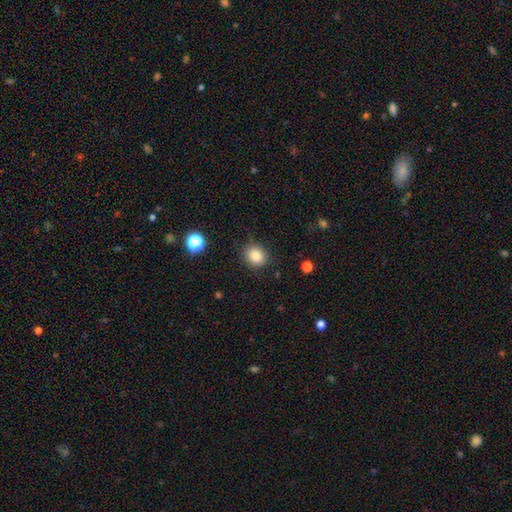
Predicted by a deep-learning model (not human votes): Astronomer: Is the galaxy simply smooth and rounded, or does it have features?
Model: smooth — 86%.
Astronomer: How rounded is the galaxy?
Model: round — 67%.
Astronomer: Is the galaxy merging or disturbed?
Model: none — 83%.